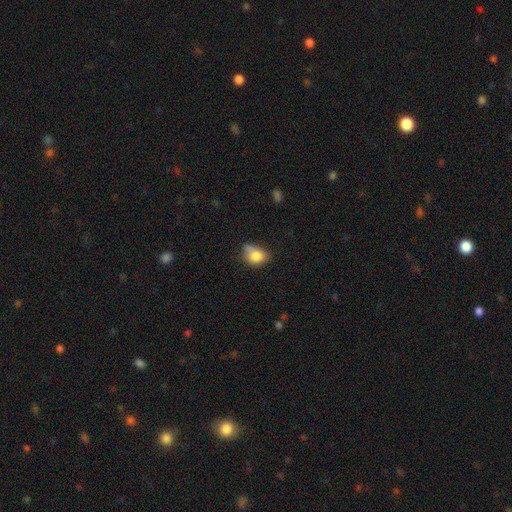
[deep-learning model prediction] Overall: smooth (80%). How rounded: in between (60%; round 39%). Merging: none (41%; minor disturbance 38%).